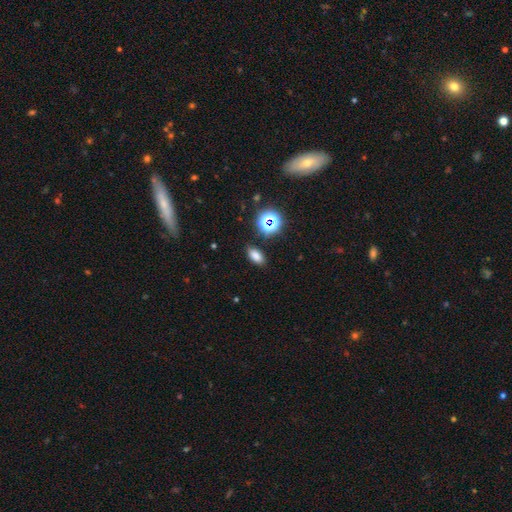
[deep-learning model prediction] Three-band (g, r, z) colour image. It shows a smooth galaxy with no disk features (76%) that is in between round and cigar-shaped (86%). Merging: none (86%).